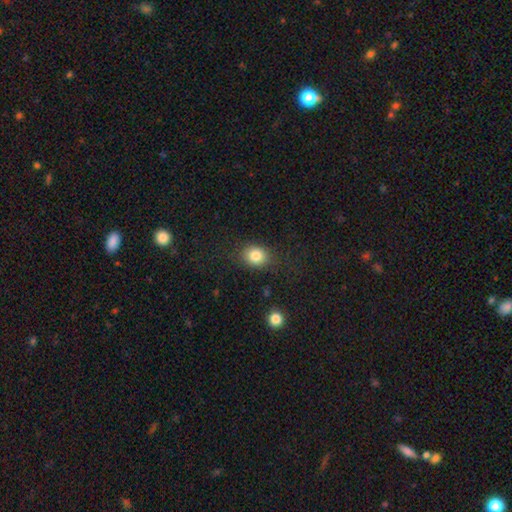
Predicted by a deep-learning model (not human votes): smooth-or-featured: smooth: 82% | star or artifact: 10% | featured or disk: 8%
  how-rounded: round: 57% | in between: 42% | cigar-shaped: 1%
  merging: none: 82% | minor disturbance: 11% | major disturbance: 5% | merger: 2%